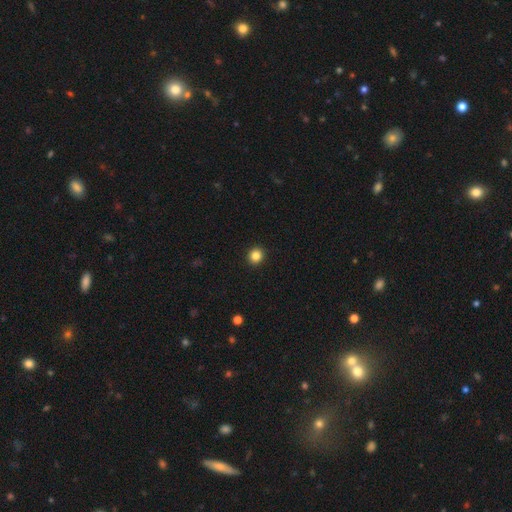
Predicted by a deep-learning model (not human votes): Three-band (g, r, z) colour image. It shows a smooth galaxy with no disk features (85%) that is round (90%). Merging: none (93%).